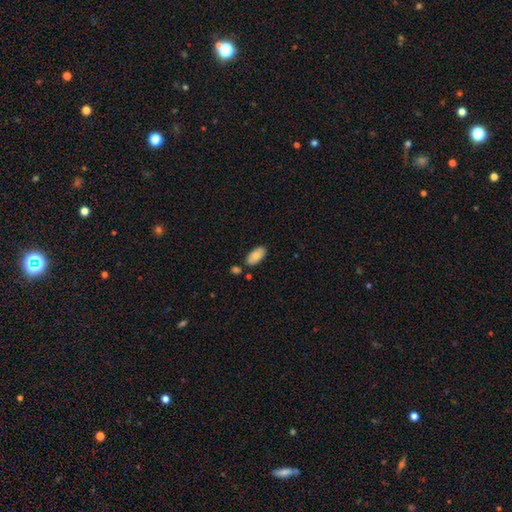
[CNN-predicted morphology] smooth 81%, featured or disk 13%, star or artifact 7%. Down the decision tree: how rounded — in between (94%); merging — none (78%).